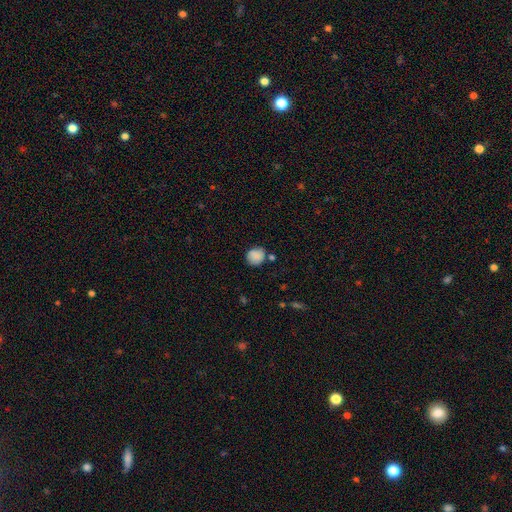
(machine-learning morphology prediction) Q: Smooth or featured?
A: smooth (85%); runner-up: star or artifact (9%)
Q: How rounded?
A: round (80%); runner-up: in between (19%)
Q: Merging?
A: none (70%); runner-up: minor disturbance (19%)